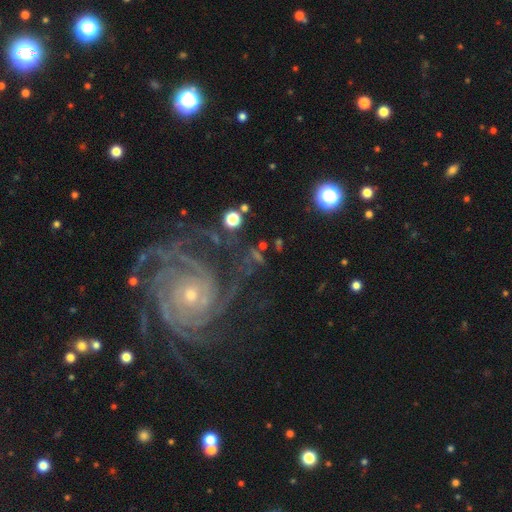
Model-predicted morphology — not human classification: The model was most divided on "spiral arm count": can't tell: 21%, 3: 20%, 4: 20%, more than 4: 16%, 2: 14%, 1: 9%. More confident: spiral arms — yes (97%); edge-on disk — no (97%); smooth or featured — featured or disk (80%); spiral winding — tight (72%); merging — none (71%); bar — no (67%); bulge size — small (58%).